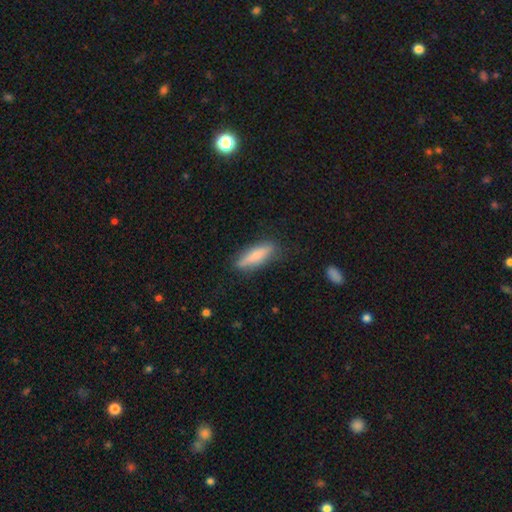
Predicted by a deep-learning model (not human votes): Smooth or featured? smooth (72%)
How rounded? cigar-shaped (71%)
Merging? none (82%)